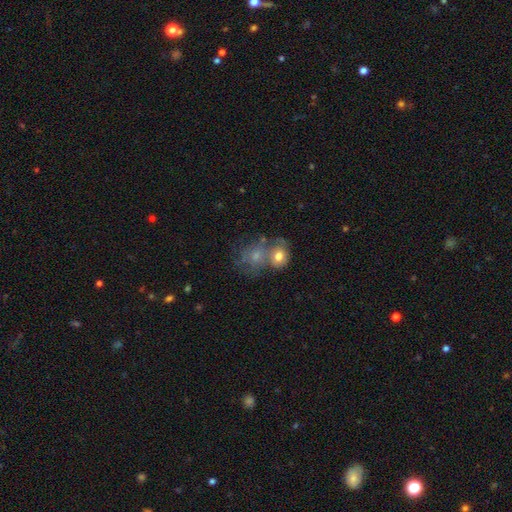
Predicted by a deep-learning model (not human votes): smooth-or-featured: smooth: 62% | featured or disk: 27% | star or artifact: 11%
  how-rounded: round: 63% | in between: 36% | cigar-shaped: 1%
  merging: merger: 56% | none: 25% | minor disturbance: 10% | major disturbance: 9%